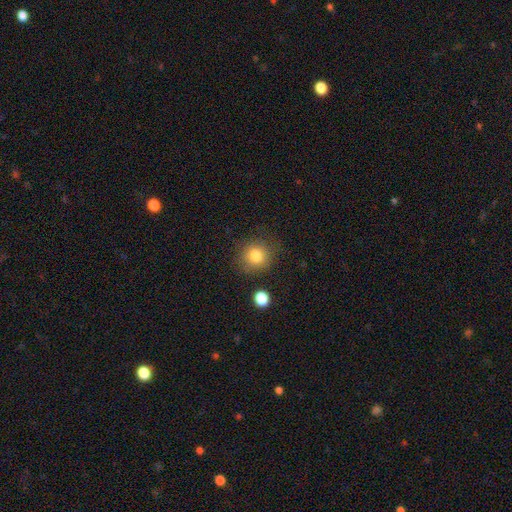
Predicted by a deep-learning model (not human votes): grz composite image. It shows a smooth galaxy with no disk features (82%) that is round (87%). Merging: none (82%).